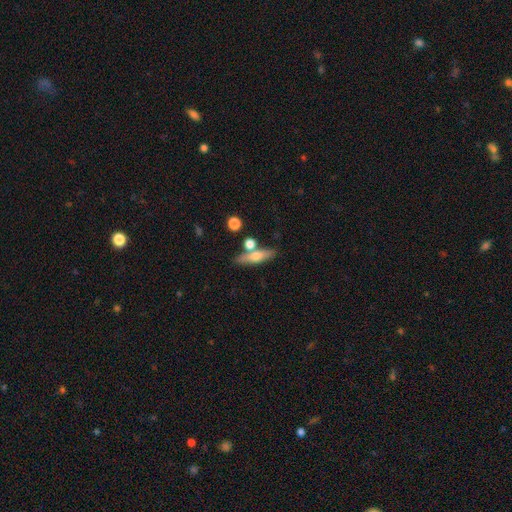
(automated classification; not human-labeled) smooth 56%, featured or disk 37%, star or artifact 7%. Down the decision tree: how rounded — cigar-shaped (64%); merging — none (68%).